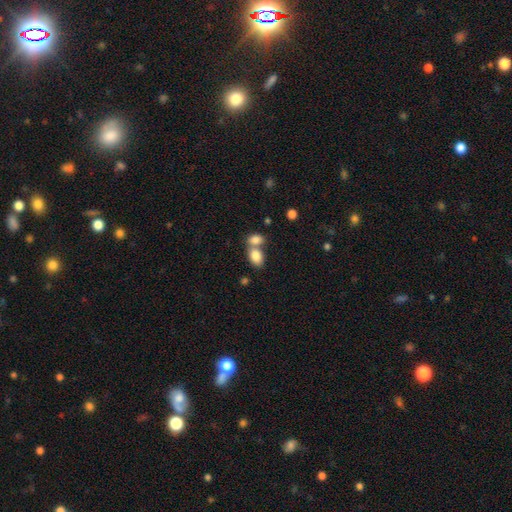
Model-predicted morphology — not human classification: A smooth galaxy with no disk features (84%) that is in between round and cigar-shaped (79%). Merging: merger (53%).